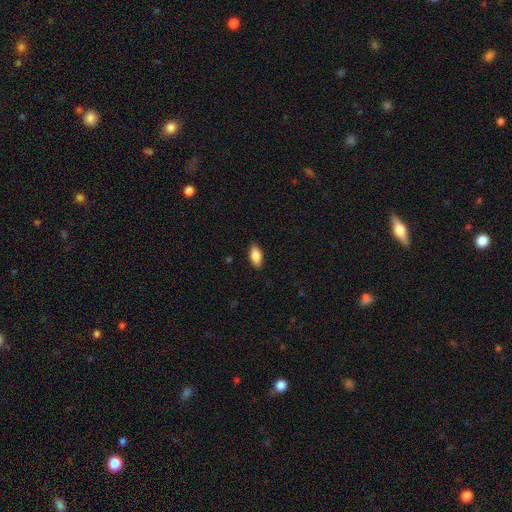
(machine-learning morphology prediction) Q: Smooth or featured?
A: smooth (86%); runner-up: featured or disk (7%)
Q: How rounded?
A: in between (89%); runner-up: cigar-shaped (8%)
Q: Merging?
A: none (88%); runner-up: minor disturbance (9%)